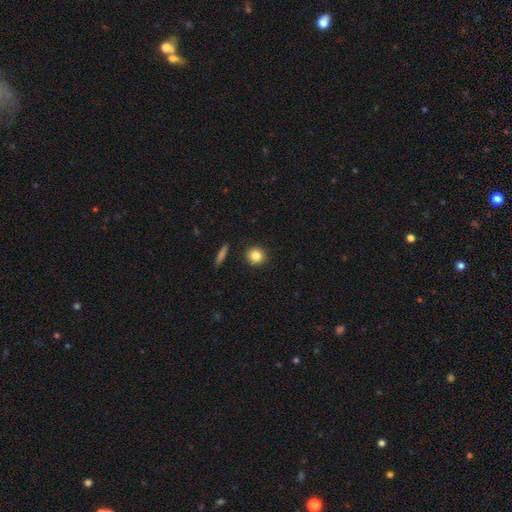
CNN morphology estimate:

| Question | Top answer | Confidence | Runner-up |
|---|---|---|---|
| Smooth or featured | smooth | 83% | star or artifact (10%) |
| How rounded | round | 90% | in between (9%) |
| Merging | none | 91% | minor disturbance (6%) |